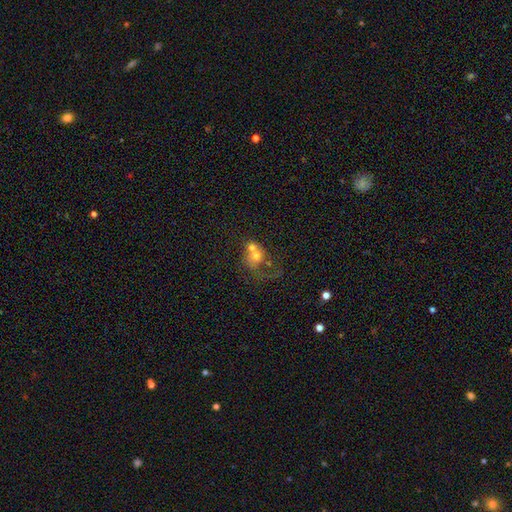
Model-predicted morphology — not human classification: smooth_or_featured: smooth (p=0.54) [alt: featured or disk p=0.34]
how_rounded: round (p=0.72) [alt: in between p=0.27]
merging: merger (p=0.67) [alt: none p=0.16]